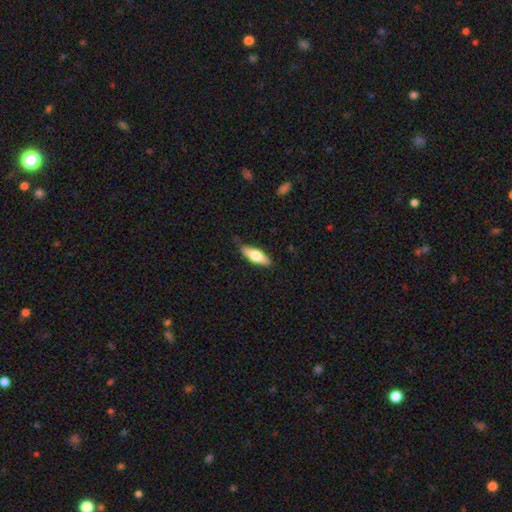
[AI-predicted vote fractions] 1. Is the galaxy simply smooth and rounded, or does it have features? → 59% smooth, 36% featured or disk, 6% star or artifact.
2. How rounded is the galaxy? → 55% in between, 42% cigar-shaped, 2% round.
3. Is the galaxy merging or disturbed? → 84% none, 13% minor disturbance, 2% major disturbance, 1% merger.